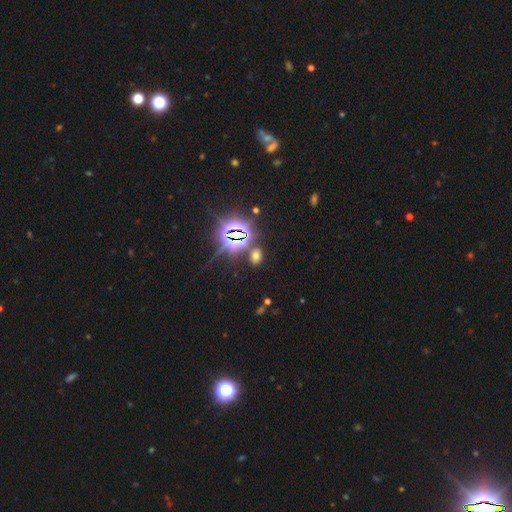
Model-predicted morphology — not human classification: smooth-or-featured: smooth: 46% (tied) | star or artifact: 46% (tied) | featured or disk: 8%
  merging: none: 81% | minor disturbance: 9% | merger: 6% | major disturbance: 4%